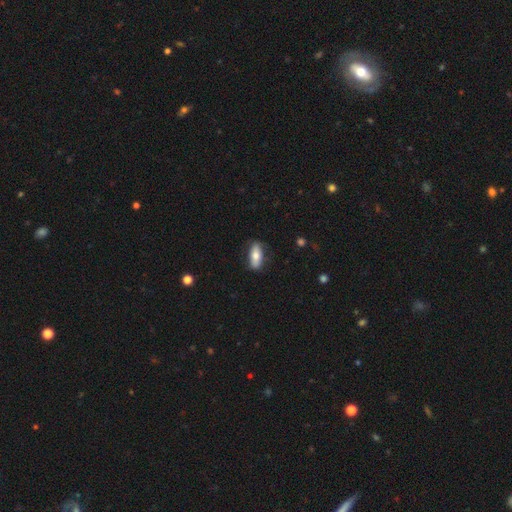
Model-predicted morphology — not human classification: A smooth galaxy with no disk features (71%) that is in between round and cigar-shaped (74%).

Vote fractions:
- Smooth or featured? smooth: 71% / featured or disk: 22% / star or artifact: 6%
- How rounded? in between: 74% / cigar-shaped: 23% / round: 3%
- Merging? none: 79% / minor disturbance: 16% / major disturbance: 3% / merger: 1%